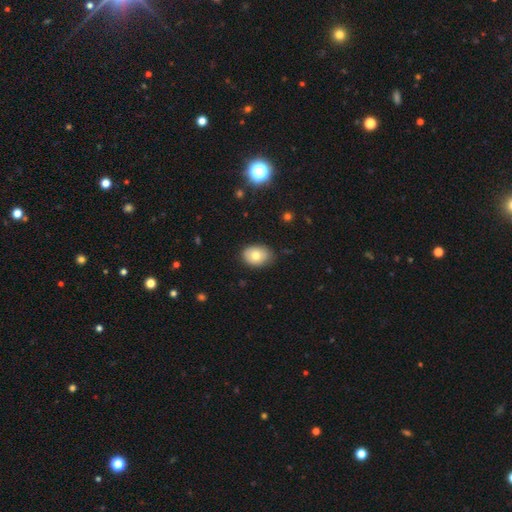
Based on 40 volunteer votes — Smooth or featured? 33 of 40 (82%) said smooth. How rounded? 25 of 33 (76%) said in between. Merging? 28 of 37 (76%) said none.